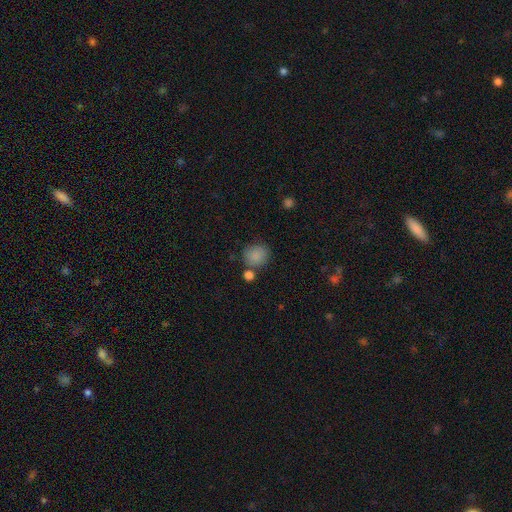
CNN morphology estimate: Smooth or featured? Predicted: smooth (p=0.85). How rounded? Predicted: round (p=0.82). Merging? Predicted: none (p=0.67).